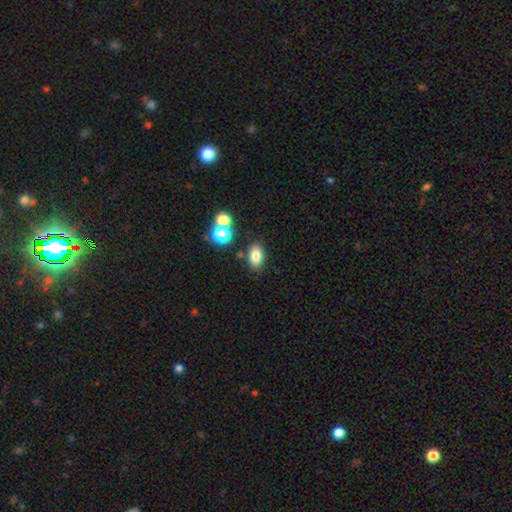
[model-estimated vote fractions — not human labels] This appears to be a smooth galaxy with no disk features (80%) that is in between round and cigar-shaped (86%). Merging: none (79%).